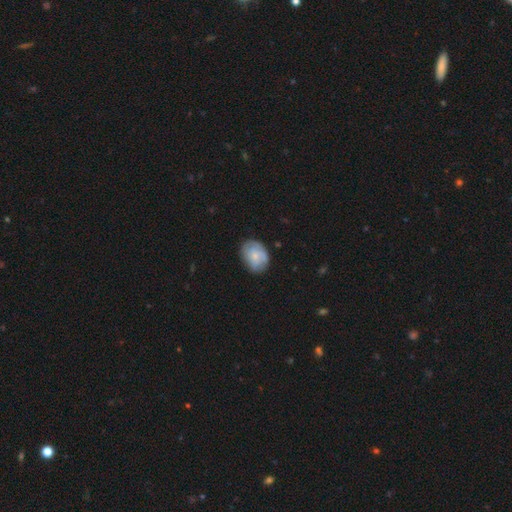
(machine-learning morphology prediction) smooth_or_featured: smooth (p=0.57) [alt: featured or disk p=0.36]
how_rounded: in between (p=0.64) [alt: round p=0.35]
merging: none (p=0.70) [alt: minor disturbance p=0.23]